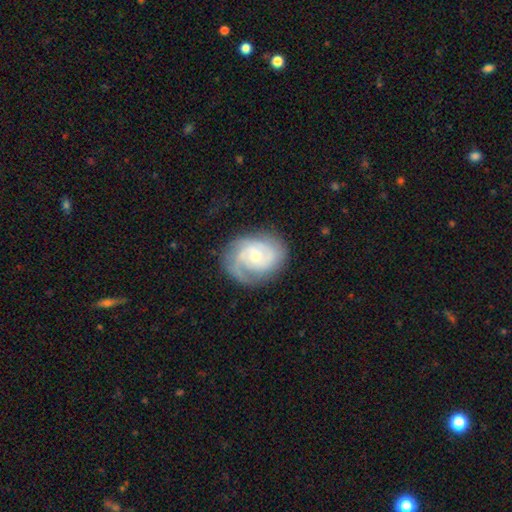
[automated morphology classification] Smooth or featured?
  - featured or disk: 81% *
  - smooth: 14%
  - star or artifact: 5%
Edge-on disk?
  - no: 98% *
  - yes: 2%
Bar?
  - no: 67% *
  - weak: 28%
  - strong: 5%
Spiral arms?
  - yes: 94% *
  - no: 6%
Spiral winding?
  - tight: 52% *
  - medium: 37%
  - loose: 11%
Spiral arm count?
  - 2: 50% *
  - can't tell: 20%
  - 3: 16%
  - 1: 8%
  - 4: 3%
  - more than 4: 3%
Bulge size?
  - small: 60% *
  - moderate: 36%
  - large: 2%
  - none: 1%
  - dominant: 1%
Merging?
  - none: 72% *
  - minor disturbance: 19%
  - major disturbance: 8%
  - merger: 1%